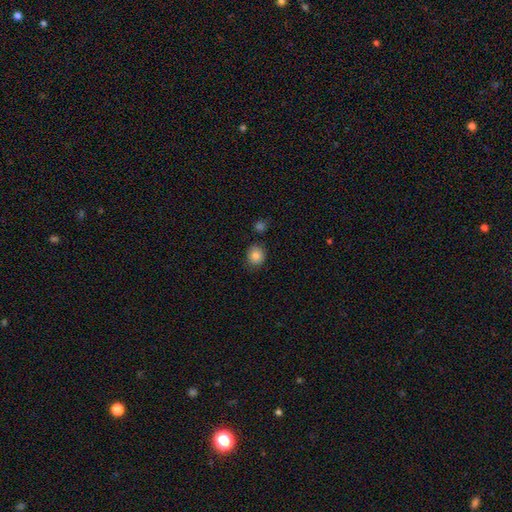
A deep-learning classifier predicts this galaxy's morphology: smooth_or_featured: smooth (p=0.83) [alt: star or artifact p=0.10]
how_rounded: round (p=0.82) [alt: in between p=0.17]
merging: none (p=0.83) [alt: minor disturbance p=0.11]